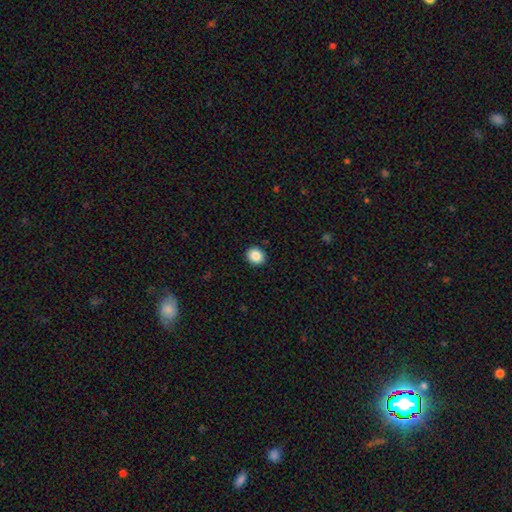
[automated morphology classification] Smooth or featured? Predicted: smooth (p=0.87). How rounded? Predicted: round (p=0.72). Merging? Predicted: none (p=0.91).